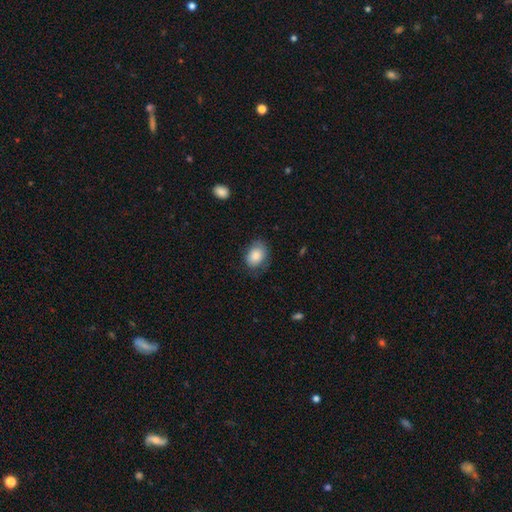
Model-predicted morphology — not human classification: Smooth or featured?
  - smooth: 82% *
  - featured or disk: 11%
  - star or artifact: 7%
How rounded?
  - in between: 71% *
  - round: 28%
  - cigar-shaped: 1%
Merging?
  - none: 64% *
  - minor disturbance: 26%
  - major disturbance: 9%
  - merger: 1%